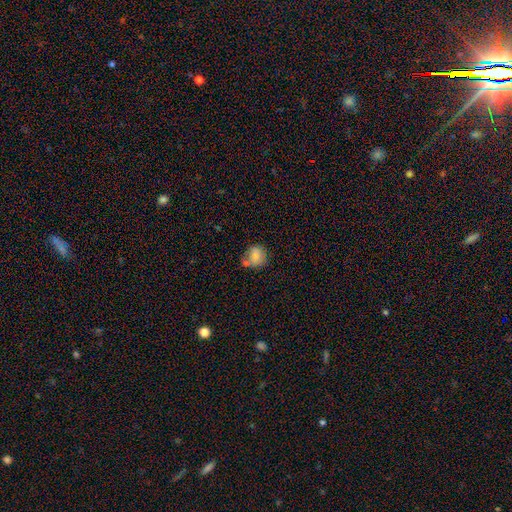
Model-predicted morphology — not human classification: This appears to be a smooth galaxy with no disk features (78%) that is round (67%). Merging: none (46%).